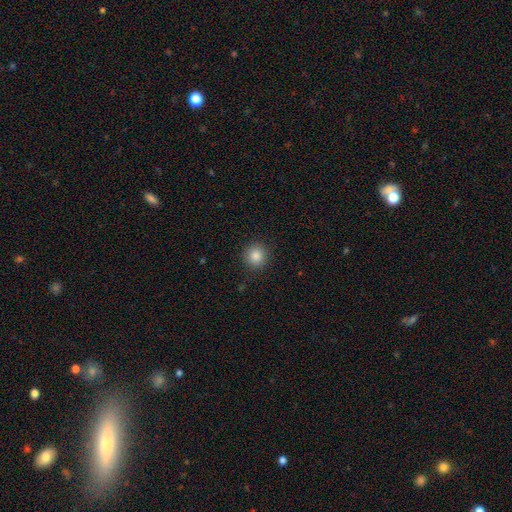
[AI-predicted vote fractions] A smooth galaxy with no disk features (85%) that is round (93%). Merging: none (90%).